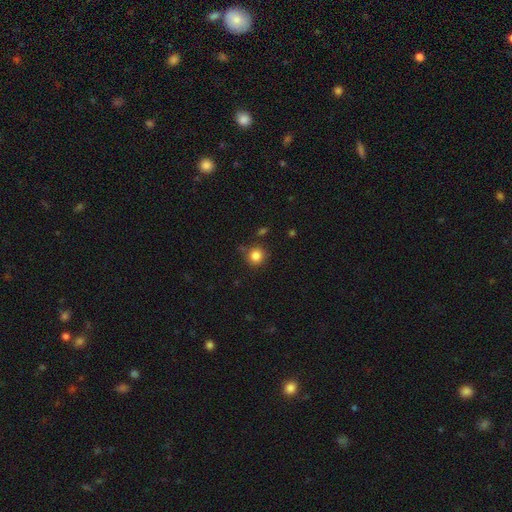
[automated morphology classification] smooth_or_featured: smooth (p=0.84) [alt: star or artifact p=0.11]
how_rounded: round (p=0.92) [alt: in between p=0.07]
merging: none (p=0.82) [alt: minor disturbance p=0.11]